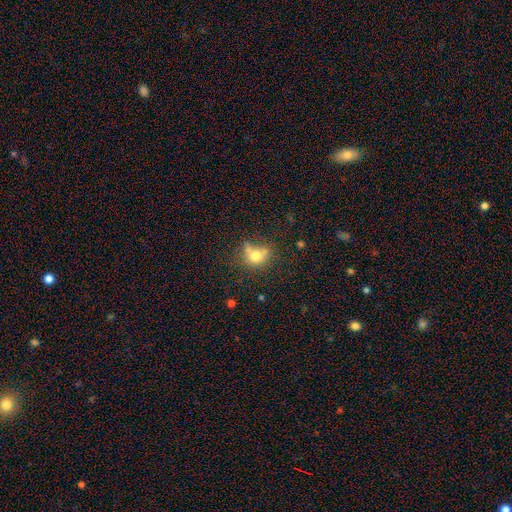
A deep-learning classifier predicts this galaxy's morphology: This is likely a smooth galaxy (70%). How rounded: likely round (67%). Merging: possibly none (47%).